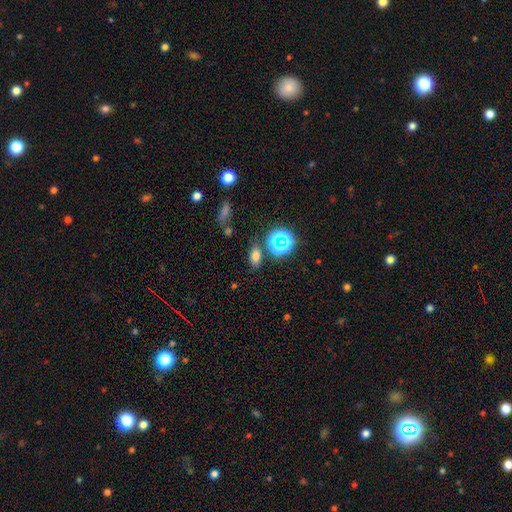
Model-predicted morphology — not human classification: Smooth or featured? smooth (70%)
How rounded? in between (81%)
Merging? none (78%)